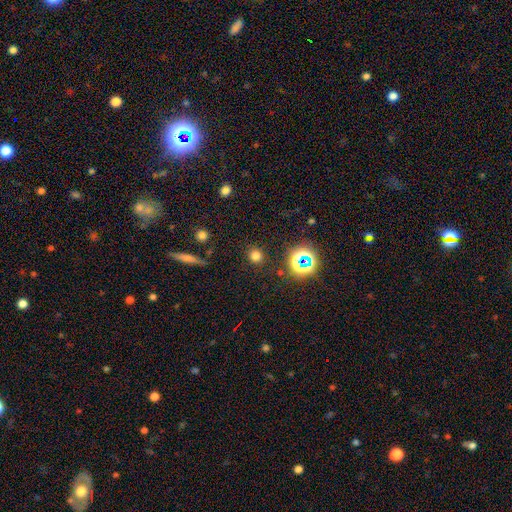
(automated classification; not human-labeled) A smooth galaxy with no disk features (72%) that is round (87%). Merging: none (88%).